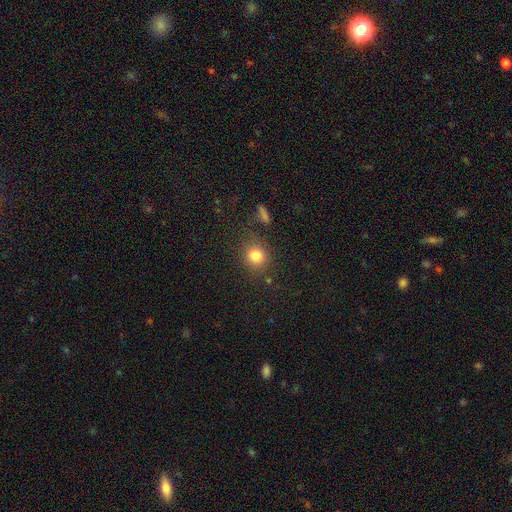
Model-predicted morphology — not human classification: This is clearly a smooth galaxy (81%). How rounded: clearly round (81%). Merging: likely none (79%).